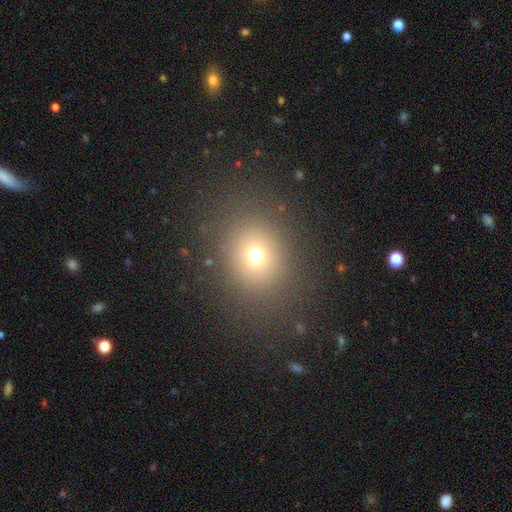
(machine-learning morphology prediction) smooth-or-featured: smooth: 69% | star or artifact: 20% | featured or disk: 11%
  how-rounded: round: 72% | in between: 27% | cigar-shaped: 1%
  merging: none: 85% | minor disturbance: 8% | major disturbance: 5% | merger: 2%